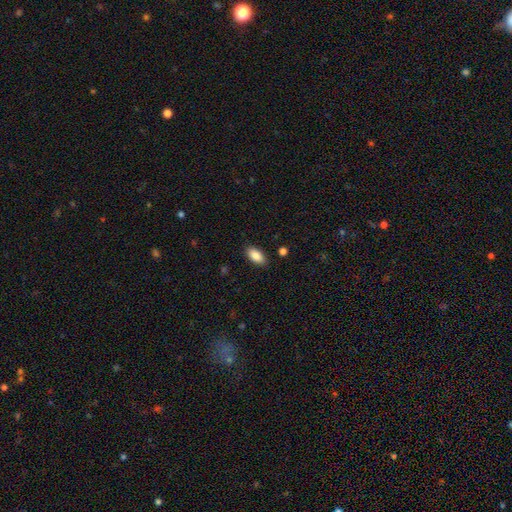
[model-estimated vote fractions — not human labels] Morphology: type=smooth (88%); roundness=in between (93%); merging=none (88%).